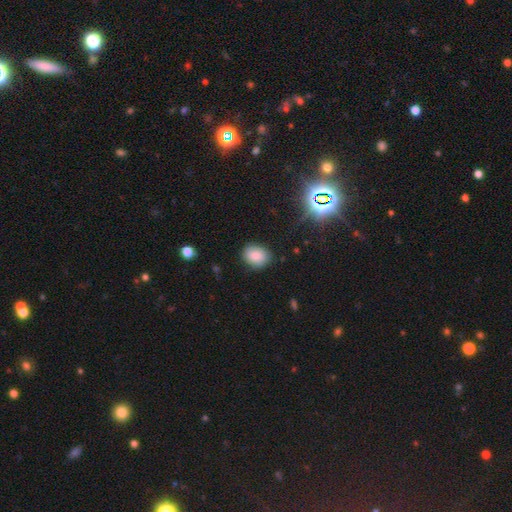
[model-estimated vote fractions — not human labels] Smooth or featured? Predicted: smooth (p=0.84). How rounded? Predicted: round (p=0.51). Merging? Predicted: none (p=0.83).